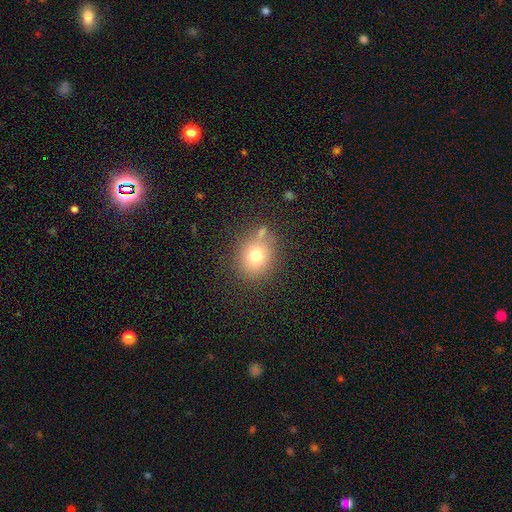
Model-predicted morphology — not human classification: This is likely a smooth galaxy (74%). How rounded: likely round (75%). Merging: likely none (72%).